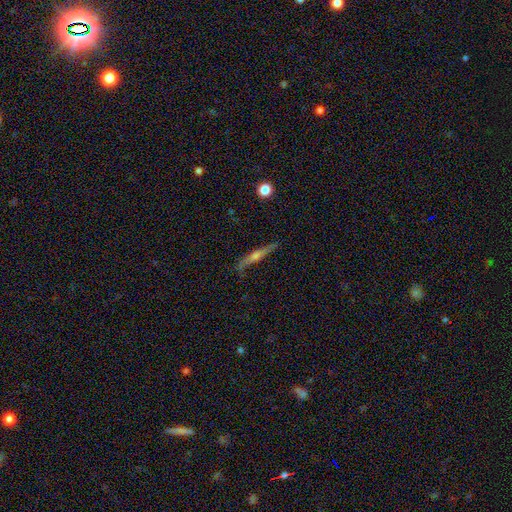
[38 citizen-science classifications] Smooth or featured? featured or disk (87%)
Edge-on disk? yes (100%)
Edge-on bulge? rounded (88%)
Merging? none (83%)